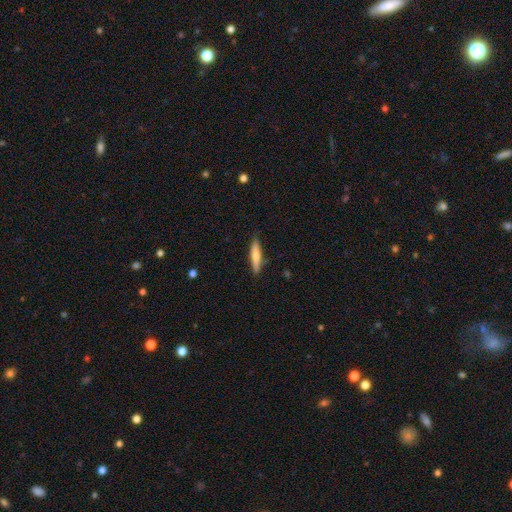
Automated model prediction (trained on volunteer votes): smooth_or_featured: smooth (p=0.66) [alt: featured or disk p=0.28]
how_rounded: cigar-shaped (p=0.85) [alt: in between p=0.13]
merging: none (p=0.87) [alt: minor disturbance p=0.10]